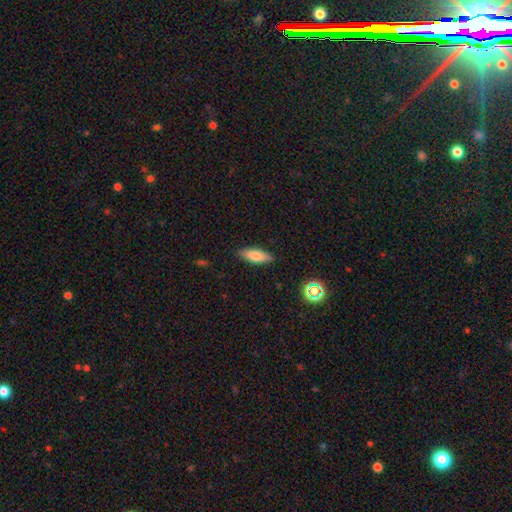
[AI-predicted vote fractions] Smooth or featured? smooth (74%)
How rounded? in between (60%)
Merging? none (88%)